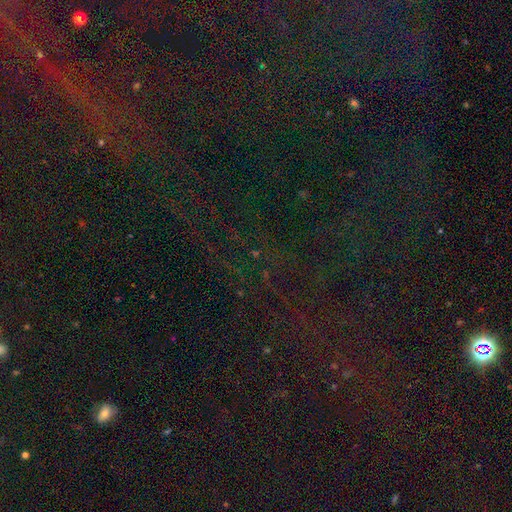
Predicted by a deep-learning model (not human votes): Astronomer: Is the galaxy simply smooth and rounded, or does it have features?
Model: star or artifact — 79%.